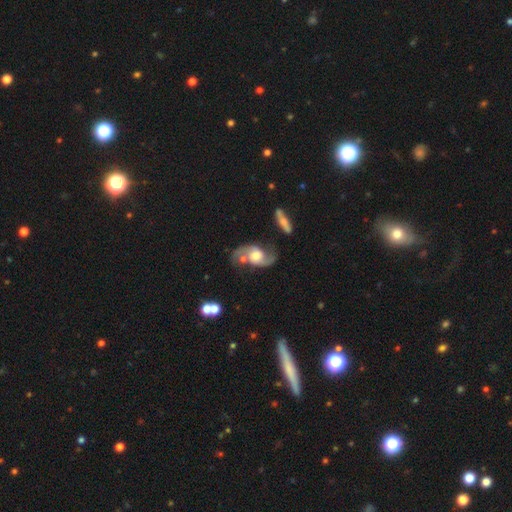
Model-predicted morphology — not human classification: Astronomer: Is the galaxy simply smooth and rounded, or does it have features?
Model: featured or disk — 84%.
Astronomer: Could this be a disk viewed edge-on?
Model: no — 96%.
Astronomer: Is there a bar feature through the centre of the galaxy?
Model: no — 56% (runner-up: weak, 35%).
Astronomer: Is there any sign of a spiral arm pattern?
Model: yes — 95%.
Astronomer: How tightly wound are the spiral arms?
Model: loose — 53% (runner-up: medium, 38%).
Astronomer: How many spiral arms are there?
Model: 2 — 92%.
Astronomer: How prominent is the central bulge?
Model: moderate — 57%.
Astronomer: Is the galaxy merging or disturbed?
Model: none — 60%.